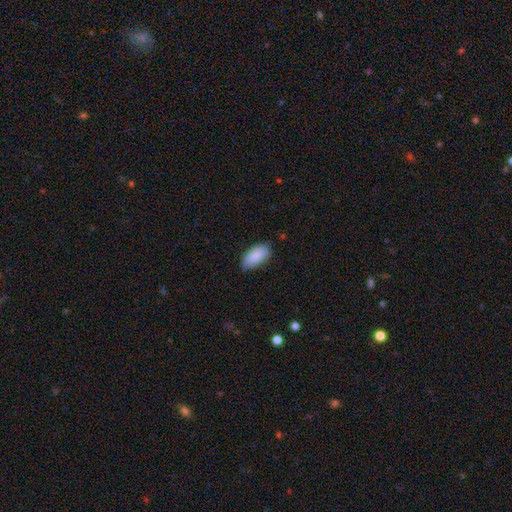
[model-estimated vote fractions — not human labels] This appears to be a smooth galaxy with no disk features (88%) that is in between round and cigar-shaped (94%). Merging: none (70%).